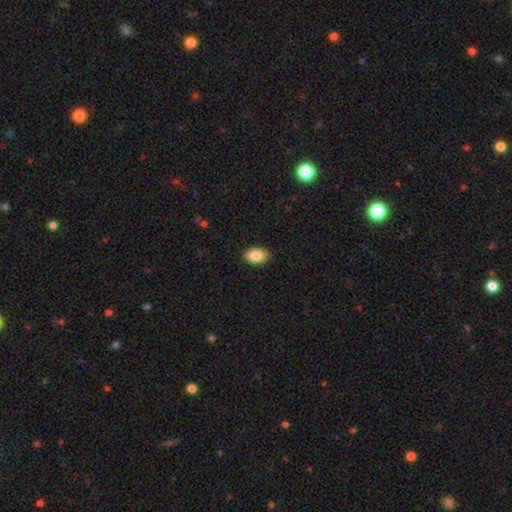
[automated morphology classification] Overall: smooth (86%). How rounded: in between (83%). Merging: none (88%).